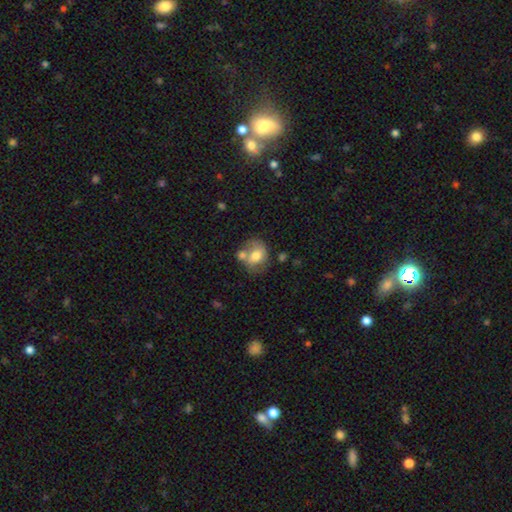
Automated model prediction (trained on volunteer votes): This appears to be a smooth galaxy with no disk features (62%) that is round (55%). Merging: none (43%).